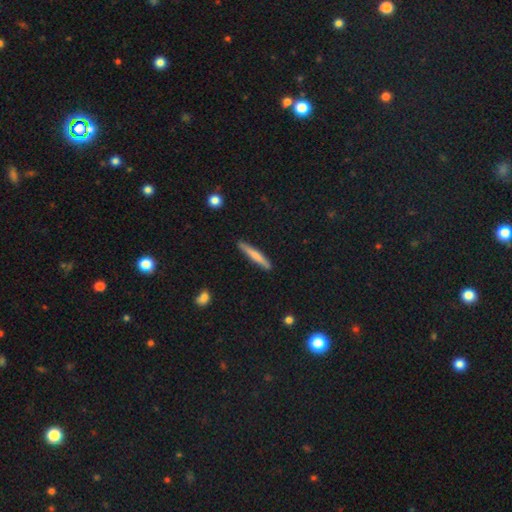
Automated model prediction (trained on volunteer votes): Overall: smooth (66%; featured or disk 28%). How rounded: cigar-shaped (94%). Merging: none (88%).